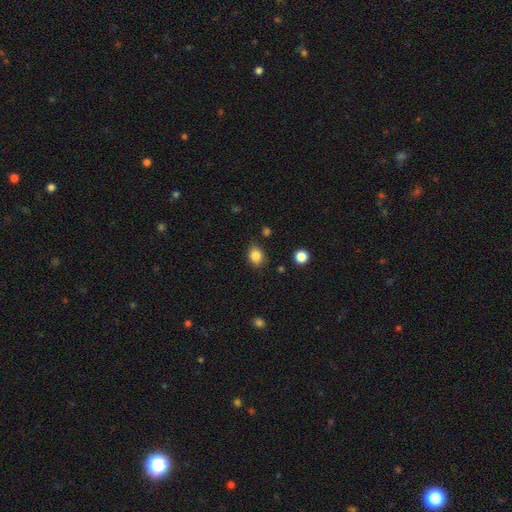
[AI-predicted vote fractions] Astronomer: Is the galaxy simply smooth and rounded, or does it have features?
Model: smooth — 85%.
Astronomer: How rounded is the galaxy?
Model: in between — 53% (runner-up: round, 46%).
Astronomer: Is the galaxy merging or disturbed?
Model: none — 81%.